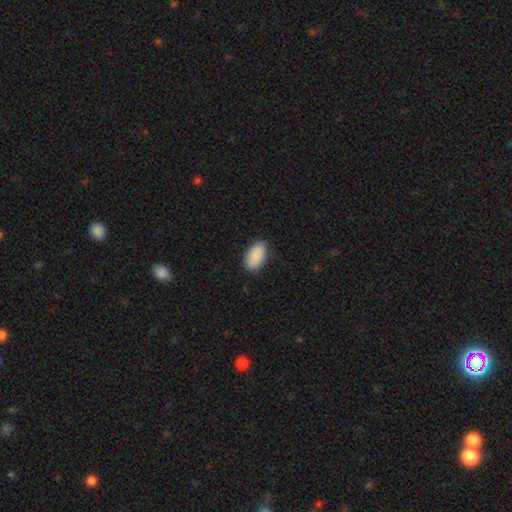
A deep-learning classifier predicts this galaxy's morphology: Smooth or featured? smooth (90%)
How rounded? in between (94%)
Merging? none (86%)